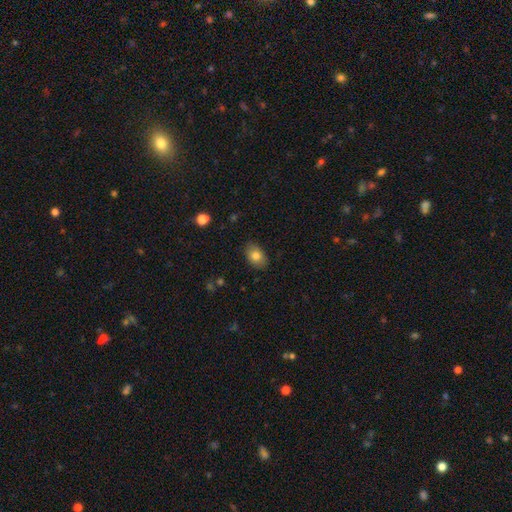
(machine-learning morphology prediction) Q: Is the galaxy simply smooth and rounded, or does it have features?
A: smooth — 81%.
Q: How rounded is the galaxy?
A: in between — 82%.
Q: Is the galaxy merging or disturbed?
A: none — 84%.